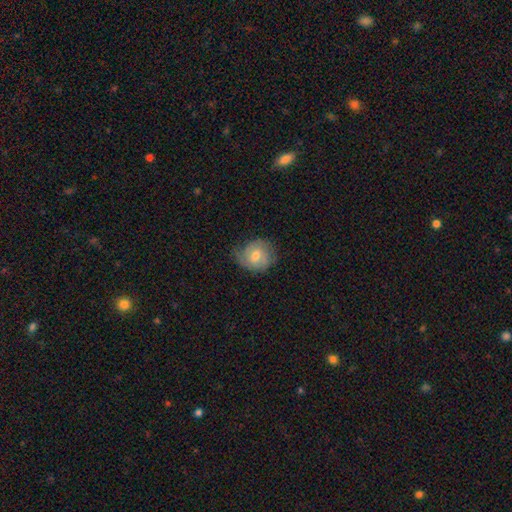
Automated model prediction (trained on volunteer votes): The model was most divided on "smooth or featured": smooth: 55%, featured or disk: 38%, star or artifact: 7%. More confident: how rounded — round (75%); merging — none (61%).